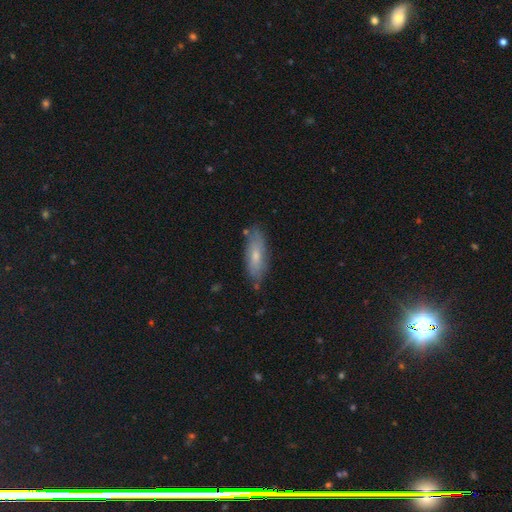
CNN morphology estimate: Smooth or featured? Predicted: smooth (p=0.55). How rounded? Predicted: in between (p=0.57). Merging? Predicted: none (p=0.76).